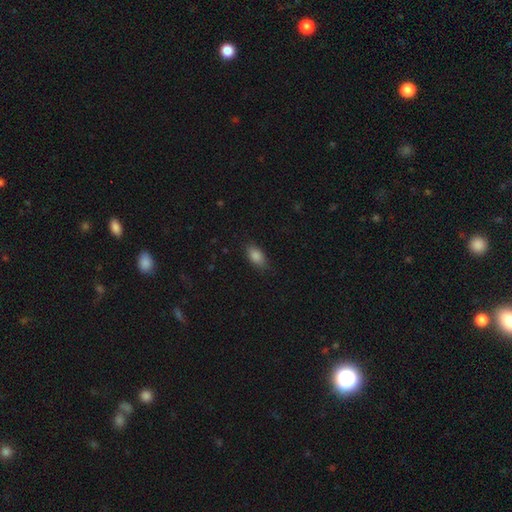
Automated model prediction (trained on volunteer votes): A smooth galaxy with no disk features (87%) that is in between round and cigar-shaped (90%).

Vote fractions:
- Smooth or featured? smooth: 87% / star or artifact: 8% / featured or disk: 5%
- How rounded? in between: 90% / round: 6% / cigar-shaped: 4%
- Merging? none: 82% / minor disturbance: 14% / major disturbance: 3% / merger: 1%